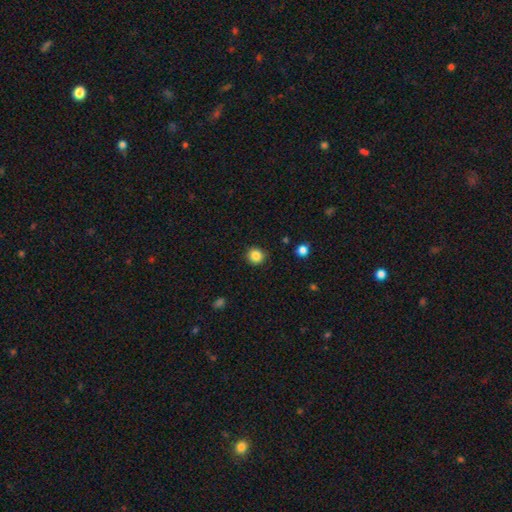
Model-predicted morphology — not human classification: Overall: smooth (85%). How rounded: round (91%). Merging: none (90%).